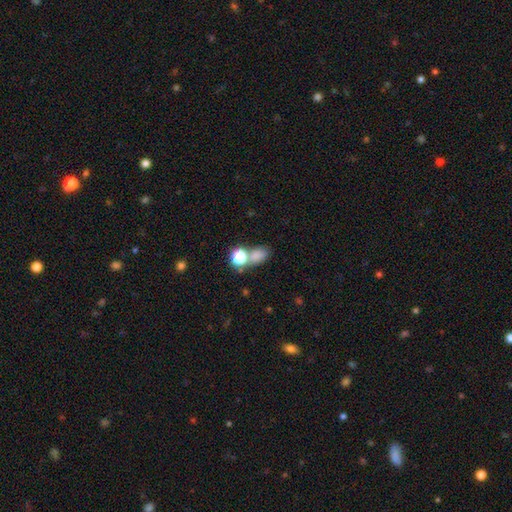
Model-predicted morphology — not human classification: smooth_or_featured: smooth (p=0.71) [alt: star or artifact p=0.21]
how_rounded: in between (p=0.65) [alt: round p=0.32]
merging: none (p=0.47) [alt: merger p=0.34]